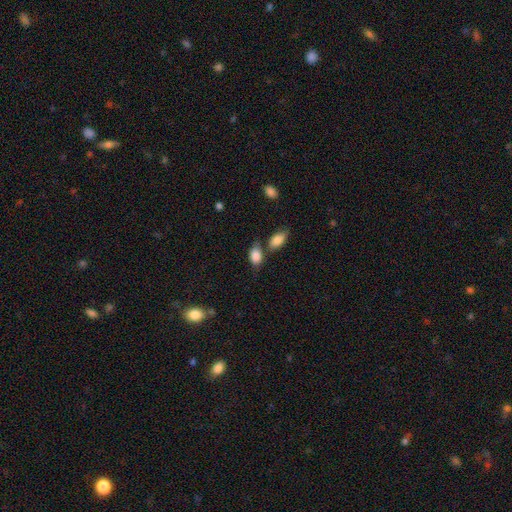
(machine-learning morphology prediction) smooth_or_featured: smooth (p=0.85) [alt: featured or disk p=0.08]
how_rounded: in between (p=0.84) [alt: round p=0.13]
merging: none (p=0.51) [alt: merger p=0.25]